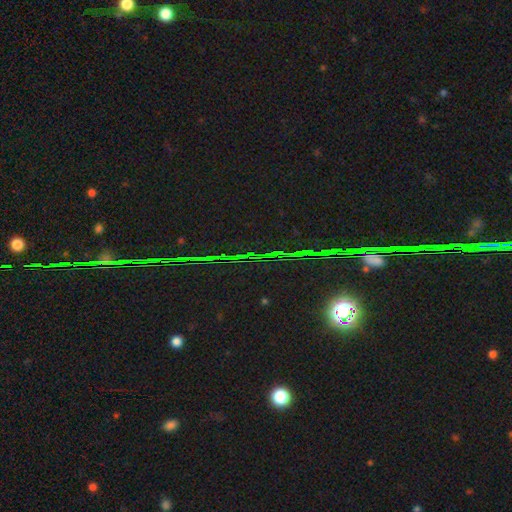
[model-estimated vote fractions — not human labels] This appears to be a star or artifact, not a galaxy (82%).